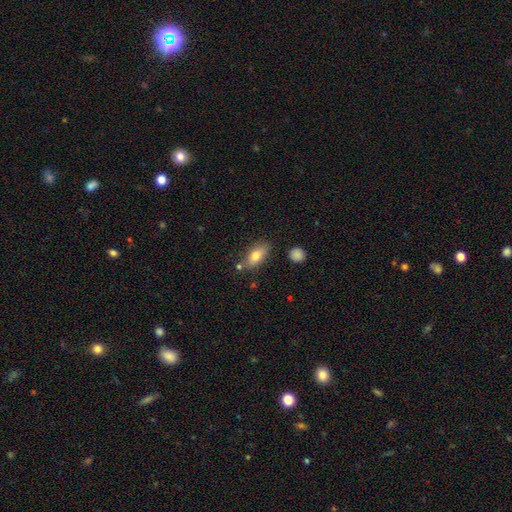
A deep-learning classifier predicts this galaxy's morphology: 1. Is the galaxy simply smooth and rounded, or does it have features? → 74% smooth, 18% featured or disk, 8% star or artifact.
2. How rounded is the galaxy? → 82% in between, 13% cigar-shaped, 6% round.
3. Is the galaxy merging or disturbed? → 74% none, 15% minor disturbance, 7% merger, 4% major disturbance.